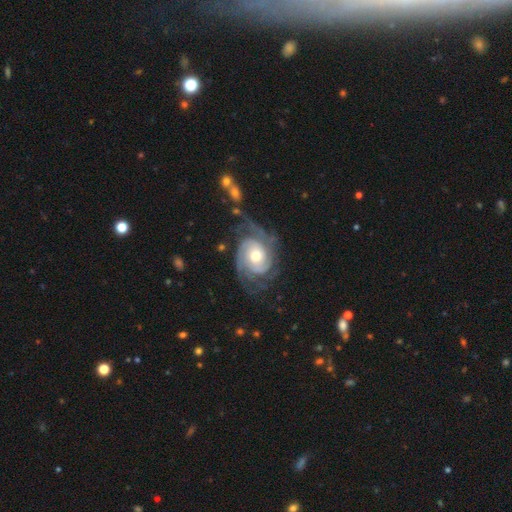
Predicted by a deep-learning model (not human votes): Smooth or featured? featured or disk (89%)
Edge-on disk? no (97%)
Bar? no (73%)
Spiral arms? yes (97%)
Spiral winding? tight (59%)
Spiral arm count? 2 (36%)
Bulge size? moderate (67%)
Merging? none (59%)